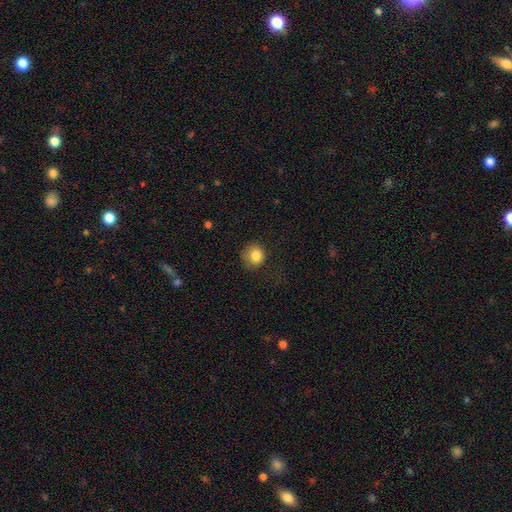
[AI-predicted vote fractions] Smooth or featured: smooth — 84% (star or artifact — 10%)
How rounded: round — 86% (in between — 13%)
Merging: none — 71% (minor disturbance — 19%)